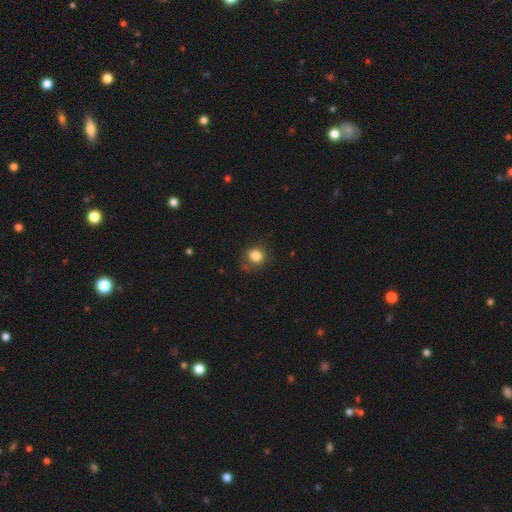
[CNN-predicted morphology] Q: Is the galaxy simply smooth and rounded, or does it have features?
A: smooth — 83%.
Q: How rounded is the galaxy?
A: round — 84%.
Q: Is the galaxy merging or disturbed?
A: none — 73%.